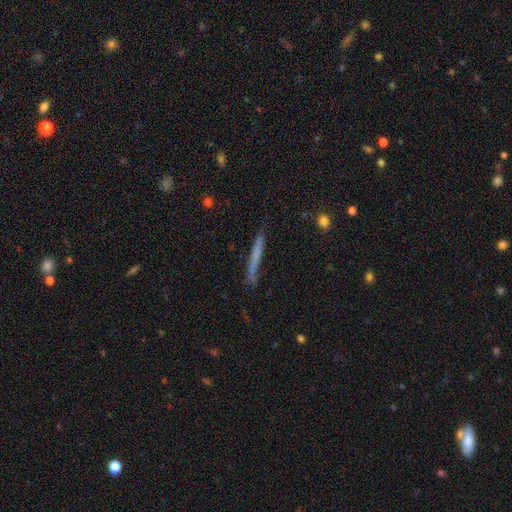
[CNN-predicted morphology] smooth_or_featured: smooth (p=0.60) [alt: featured or disk p=0.32]
how_rounded: cigar-shaped (p=0.96) [alt: in between p=0.02]
merging: none (p=0.83) [alt: minor disturbance p=0.13]